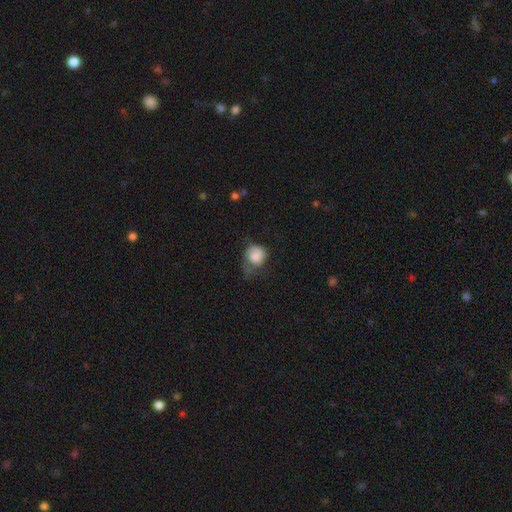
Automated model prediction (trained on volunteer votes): The model was most divided on "merging": minor disturbance: 36%, major disturbance: 33%, none: 29%, merger: 3%. More confident: smooth or featured — smooth (74%); how rounded — round (61%).